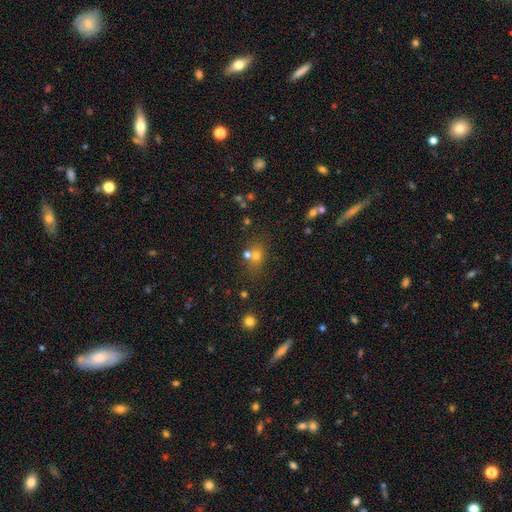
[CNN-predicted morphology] Smooth or featured? smooth (58%)
How rounded? round (65%)
Merging? none (52%)